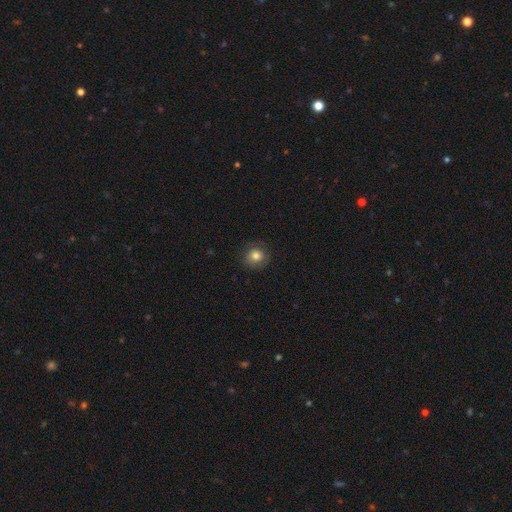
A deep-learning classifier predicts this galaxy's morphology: Smooth or featured? Predicted: smooth (p=0.79). How rounded? Predicted: round (p=0.84). Merging? Predicted: none (p=0.81).